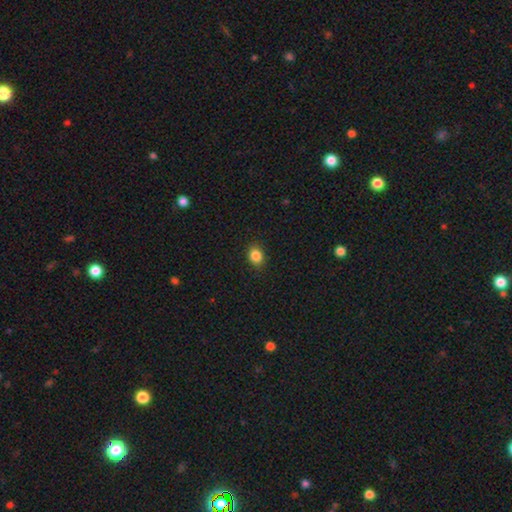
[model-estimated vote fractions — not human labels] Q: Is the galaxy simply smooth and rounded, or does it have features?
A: smooth — 86%.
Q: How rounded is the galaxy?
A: round — 51%.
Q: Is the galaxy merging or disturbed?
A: none — 88%.